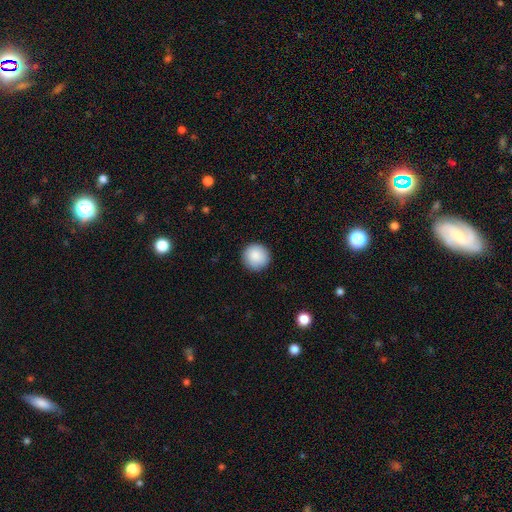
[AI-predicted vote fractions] Overall: smooth (88%). How rounded: round (96%). Merging: none (92%).